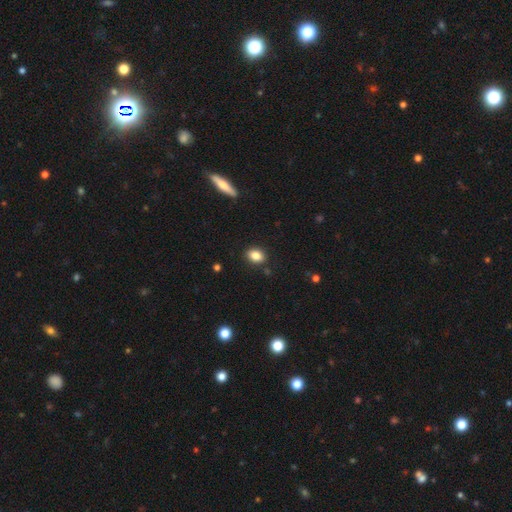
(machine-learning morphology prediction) A smooth galaxy with no disk features (85%) that is in between round and cigar-shaped (73%). Merging: none (87%).